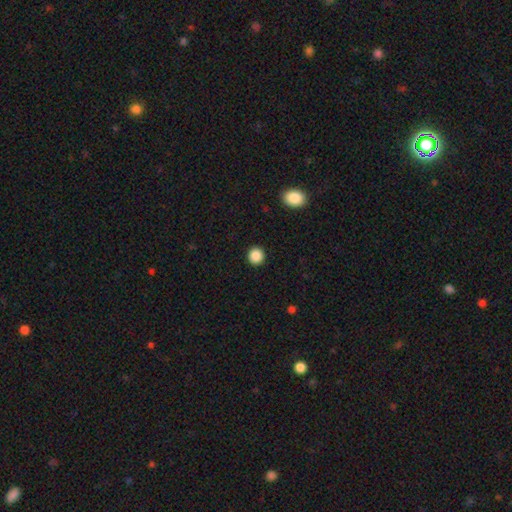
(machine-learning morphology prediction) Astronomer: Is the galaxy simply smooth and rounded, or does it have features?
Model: smooth — 88%.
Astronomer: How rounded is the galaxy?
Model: round — 93%.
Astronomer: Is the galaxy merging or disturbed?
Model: none — 93%.